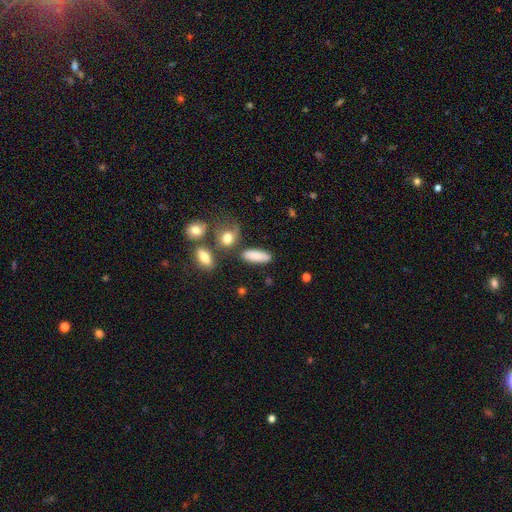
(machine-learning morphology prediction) Smooth or featured? Predicted: smooth (p=0.83). How rounded? Predicted: in between (p=0.56). Merging? Predicted: none (p=0.78).